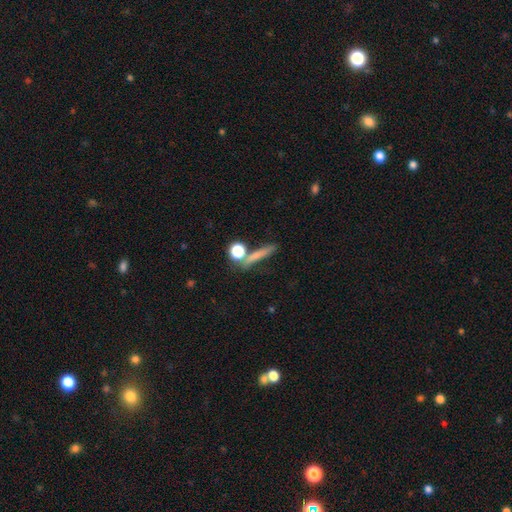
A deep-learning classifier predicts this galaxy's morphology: smooth_or_featured: smooth (p=0.63) [alt: featured or disk p=0.22]
how_rounded: cigar-shaped (p=0.68) [alt: round p=0.19]
merging: none (p=0.64) [alt: merger p=0.16]